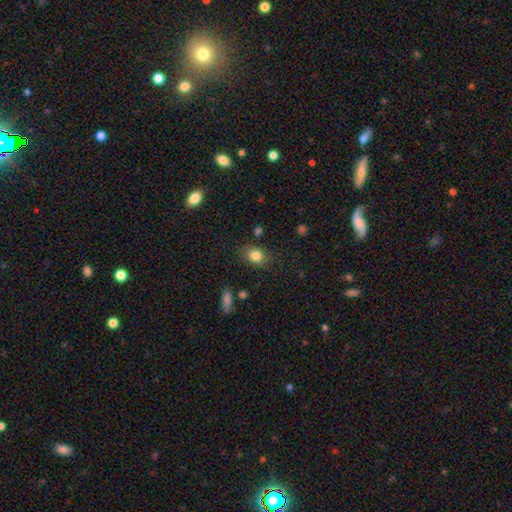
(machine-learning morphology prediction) This appears to be a smooth galaxy with no disk features (83%) that is in between round and cigar-shaped (60%). Merging: none (80%).